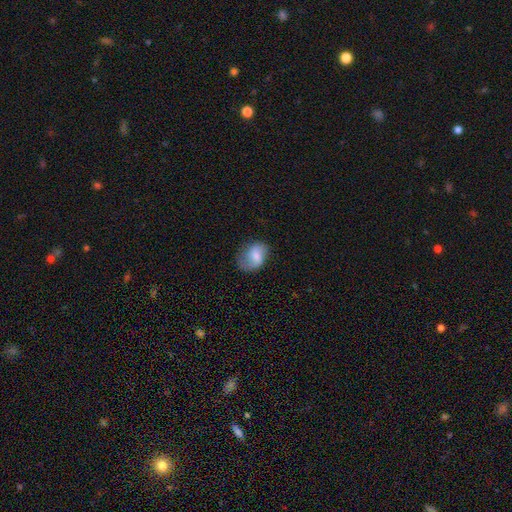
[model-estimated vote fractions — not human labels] Overall: smooth (59%; featured or disk 33%). How rounded: in between (71%). Merging: none (52%; minor disturbance 30%).